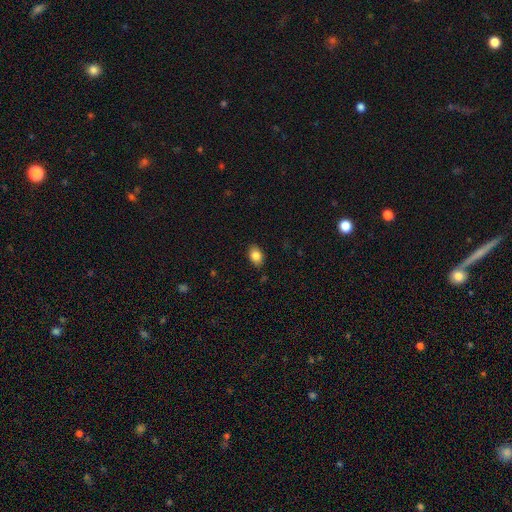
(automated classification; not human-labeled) This is clearly a smooth galaxy (85%). How rounded: clearly in between (81%). Merging: clearly none (86%).